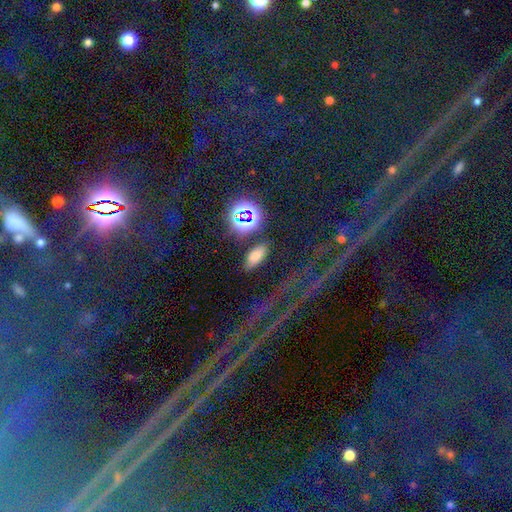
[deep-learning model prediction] smooth-or-featured: smooth: 69% | star or artifact: 22% | featured or disk: 9%
  how-rounded: in between: 84% | cigar-shaped: 10% | round: 6%
  merging: none: 83% | minor disturbance: 10% | major disturbance: 4% | merger: 4%